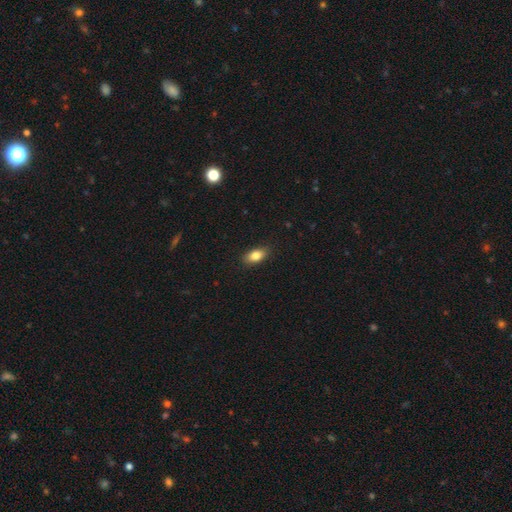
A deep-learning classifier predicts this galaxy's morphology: A smooth galaxy with no disk features (83%) that is in between round and cigar-shaped (89%). Merging: none (87%).